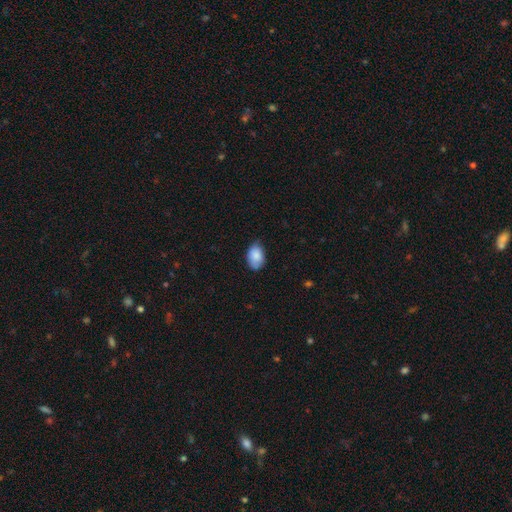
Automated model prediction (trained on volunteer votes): The model was most divided on "merging": none: 66%, minor disturbance: 28%, major disturbance: 4%, merger: 1%. More confident: how rounded — in between (87%); smooth or featured — smooth (85%).